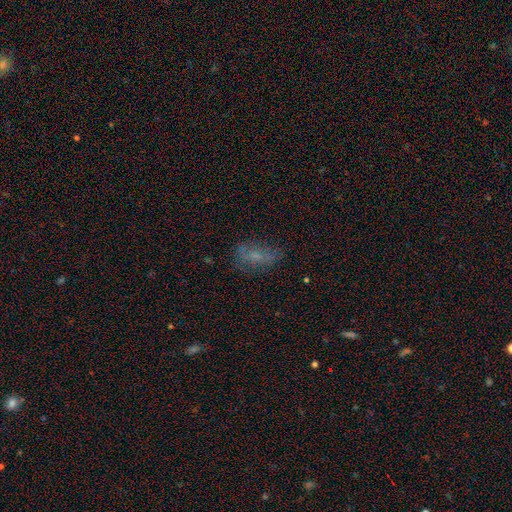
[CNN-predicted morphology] Smooth or featured: smooth — 52% (featured or disk — 32%)
How rounded: in between — 83% (round — 9%)
Merging: none — 56% (minor disturbance — 25%)